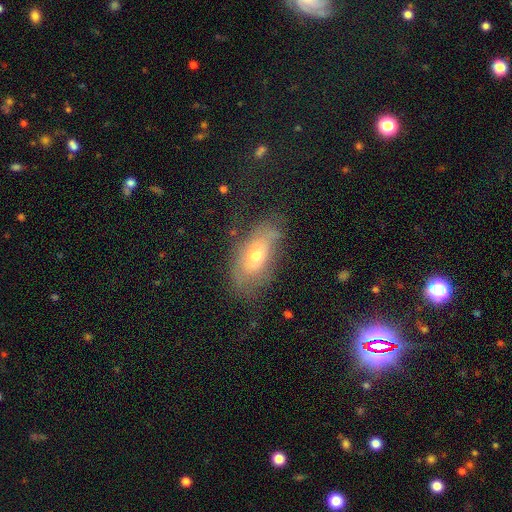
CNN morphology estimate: Smooth or featured? Predicted: smooth (p=0.53). How rounded? Predicted: in between (p=0.85). Merging? Predicted: none (p=0.49).